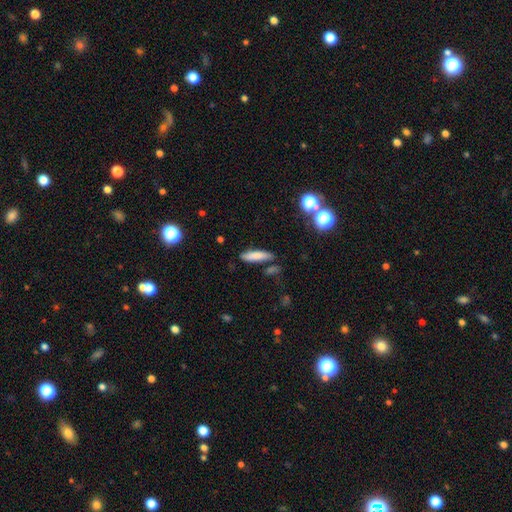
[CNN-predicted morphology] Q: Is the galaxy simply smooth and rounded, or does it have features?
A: smooth — 80%.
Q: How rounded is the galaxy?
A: cigar-shaped — 68%.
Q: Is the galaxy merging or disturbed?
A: none — 77%.